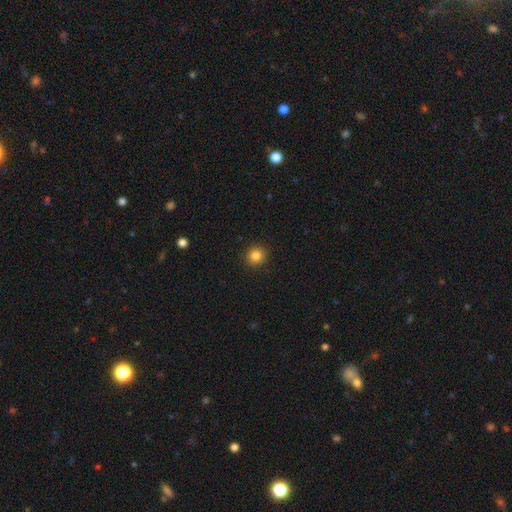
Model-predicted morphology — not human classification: A smooth galaxy with no disk features (84%) that is round (91%). Merging: none (91%).